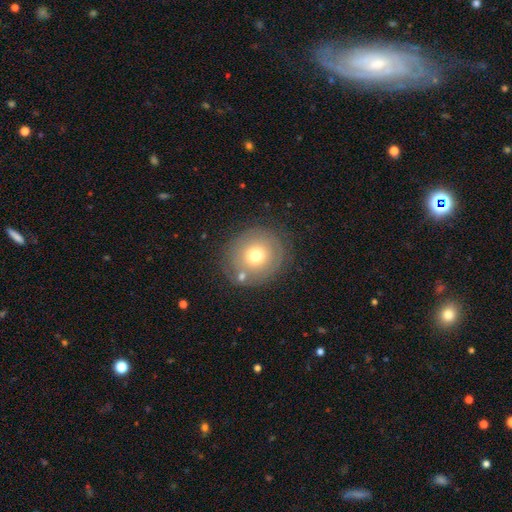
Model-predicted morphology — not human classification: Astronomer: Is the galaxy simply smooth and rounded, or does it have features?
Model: smooth — 61%.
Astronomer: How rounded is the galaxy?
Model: round — 87%.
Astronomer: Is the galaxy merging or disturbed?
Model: none — 76%.